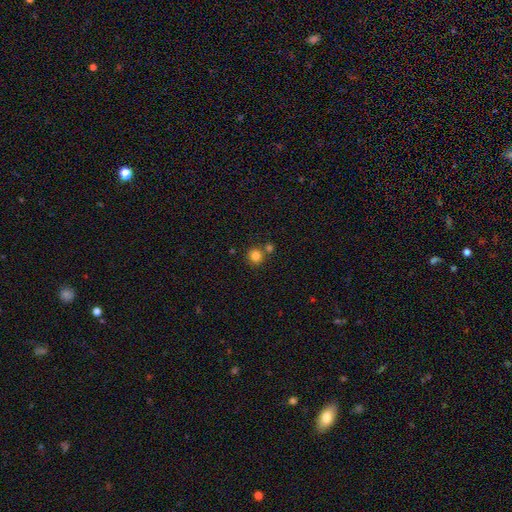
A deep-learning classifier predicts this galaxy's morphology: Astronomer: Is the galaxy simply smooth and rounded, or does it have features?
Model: smooth — 83%.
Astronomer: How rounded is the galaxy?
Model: round — 93%.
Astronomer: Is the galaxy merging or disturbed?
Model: none — 73%.